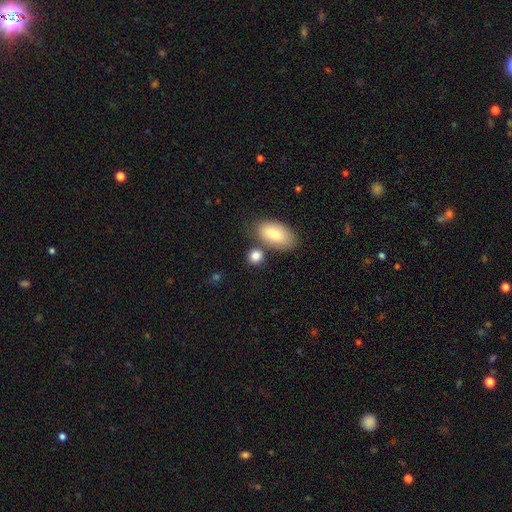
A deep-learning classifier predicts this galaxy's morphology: Q: Smooth or featured?
A: smooth (83%); runner-up: featured or disk (9%)
Q: How rounded?
A: round (57%); runner-up: in between (41%)
Q: Merging?
A: none (65%); runner-up: merger (18%)